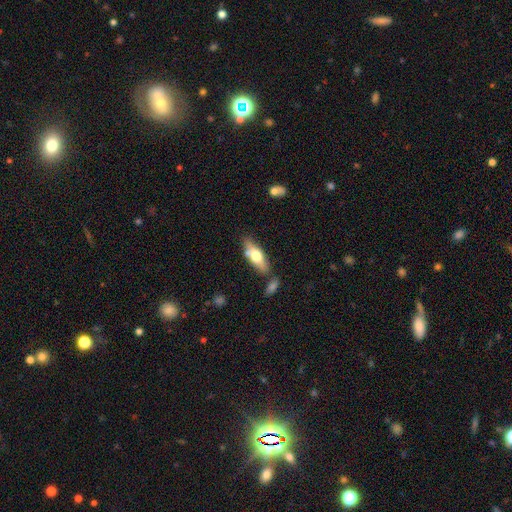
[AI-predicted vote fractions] Overall: smooth (56%; featured or disk 37%). How rounded: in between (59%; cigar-shaped 39%). Merging: none (68%).